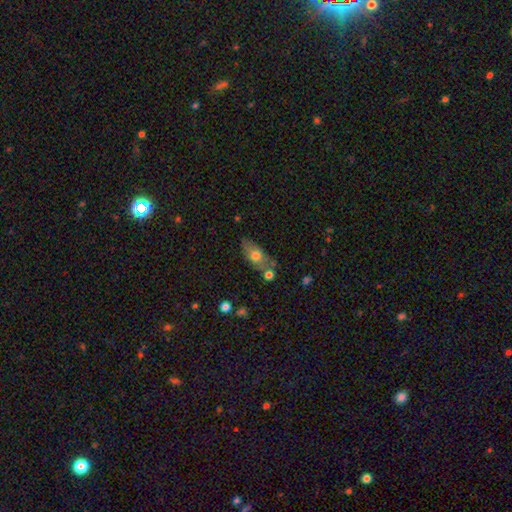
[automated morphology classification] Smooth or featured?
  - smooth: 64% *
  - featured or disk: 28%
  - star or artifact: 8%
How rounded?
  - in between: 80% *
  - cigar-shaped: 12%
  - round: 8%
Merging?
  - none: 58% *
  - minor disturbance: 21%
  - merger: 13%
  - major disturbance: 7%